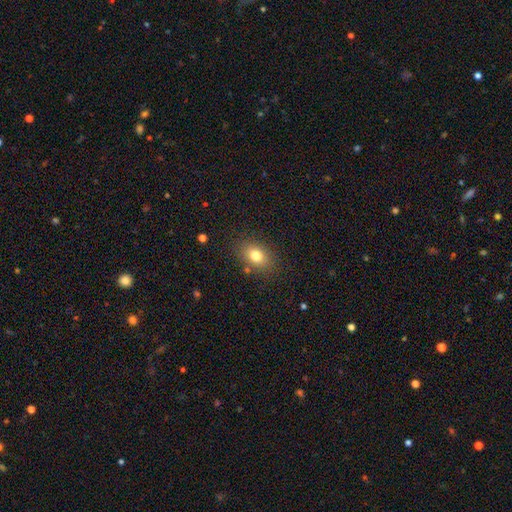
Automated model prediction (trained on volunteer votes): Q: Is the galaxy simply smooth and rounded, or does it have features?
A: smooth — 79%.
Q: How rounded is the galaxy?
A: in between — 76%.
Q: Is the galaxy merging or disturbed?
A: none — 83%.